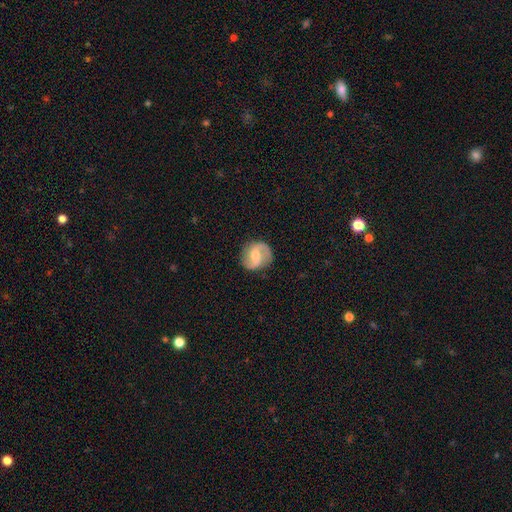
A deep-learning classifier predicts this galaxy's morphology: Q: Smooth or featured?
A: featured or disk (79%); runner-up: smooth (15%)
Q: Edge-on disk?
A: no (98%); runner-up: yes (2%)
Q: Bar?
A: weak (48%); runner-up: no (31%)
Q: Spiral arms?
A: yes (95%); runner-up: no (5%)
Q: Spiral winding?
A: medium (46%); runner-up: loose (39%)
Q: Spiral arm count?
A: 2 (92%); runner-up: can't tell (3%)
Q: Bulge size?
A: moderate (58%); runner-up: small (34%)
Q: Merging?
A: none (85%); runner-up: minor disturbance (11%)